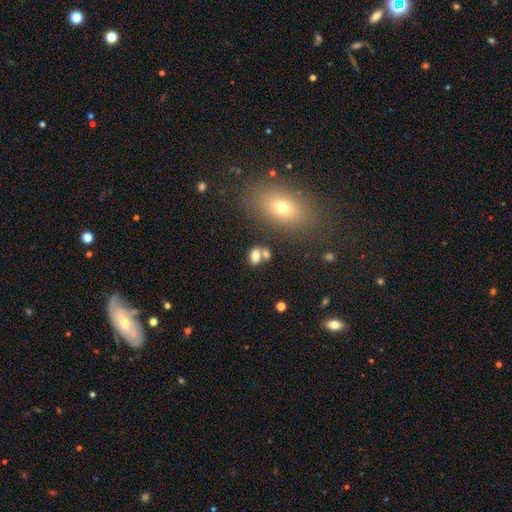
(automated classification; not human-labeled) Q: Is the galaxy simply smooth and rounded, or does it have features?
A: smooth — 76%.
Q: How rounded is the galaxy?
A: in between — 65%.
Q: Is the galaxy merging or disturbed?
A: none — 49%.